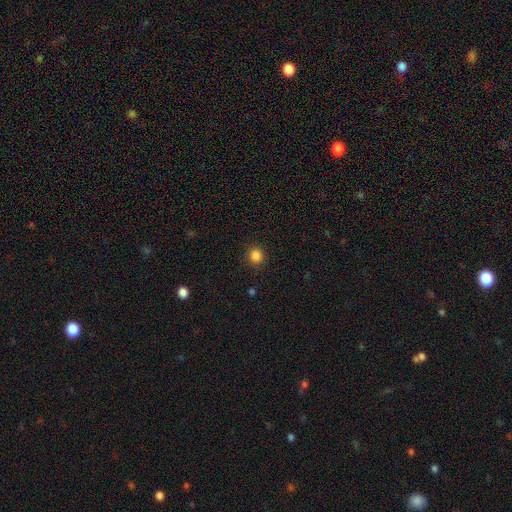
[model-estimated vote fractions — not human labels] A smooth galaxy with no disk features (85%) that is round (90%).

Vote fractions:
- Smooth or featured? smooth: 85% / star or artifact: 12% / featured or disk: 3%
- How rounded? round: 90% / in between: 9% / cigar-shaped: 1%
- Merging? none: 91% / minor disturbance: 6% / major disturbance: 2% / merger: 1%